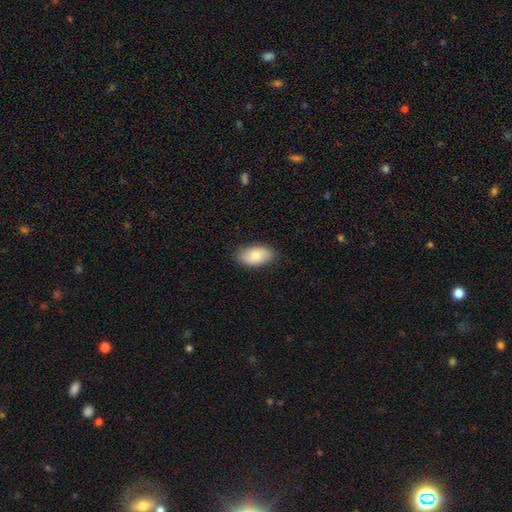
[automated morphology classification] A smooth galaxy with no disk features (80%) that is in between round and cigar-shaped (94%).

Vote fractions:
- Smooth or featured? smooth: 80% / featured or disk: 14% / star or artifact: 6%
- How rounded? in between: 94% / round: 4% / cigar-shaped: 2%
- Merging? none: 85% / minor disturbance: 11% / major disturbance: 2% / merger: 1%